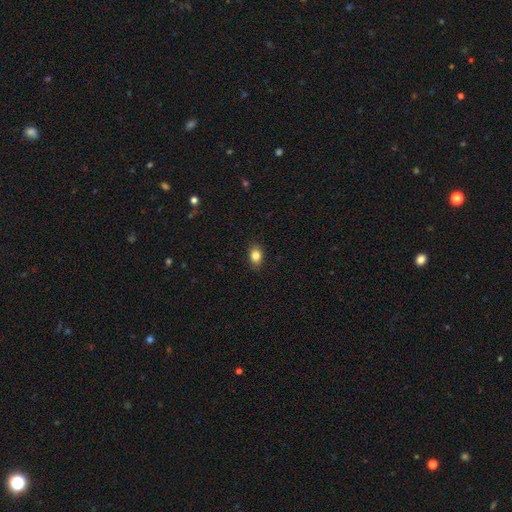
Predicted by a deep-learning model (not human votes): smooth_or_featured: smooth (p=0.84) [alt: star or artifact p=0.09]
how_rounded: in between (p=0.74) [alt: round p=0.25]
merging: none (p=0.87) [alt: minor disturbance p=0.10]